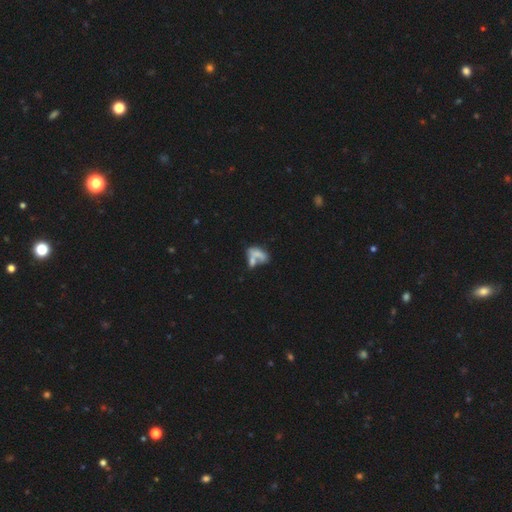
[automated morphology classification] smooth_or_featured: smooth (p=0.58) [alt: featured or disk p=0.31]
how_rounded: in between (p=0.82) [alt: round p=0.10]
merging: merger (p=0.56) [alt: none p=0.20]